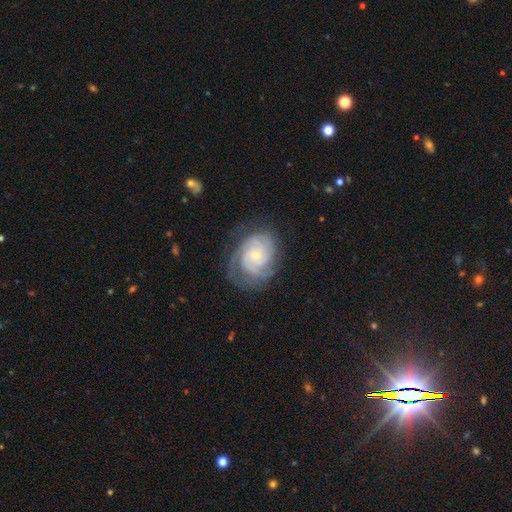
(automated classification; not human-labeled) Smooth or featured? featured or disk (88%)
Edge-on disk? no (98%)
Bar? no (70%)
Spiral arms? yes (98%)
Spiral winding? tight (71%)
Spiral arm count? 3 (34%)
Bulge size? small (71%)
Merging? none (71%)